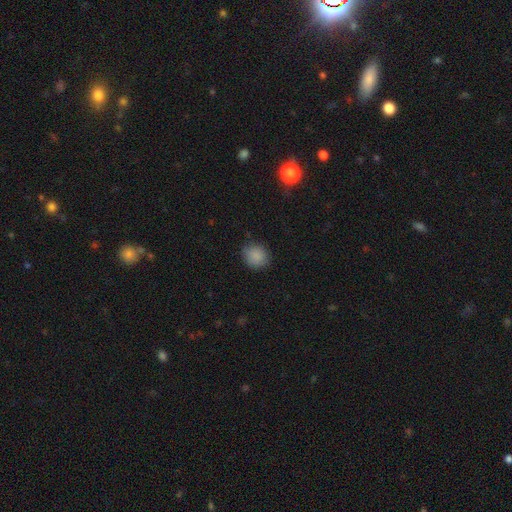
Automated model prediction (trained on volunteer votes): Smooth or featured? smooth (87%)
How rounded? round (81%)
Merging? none (83%)